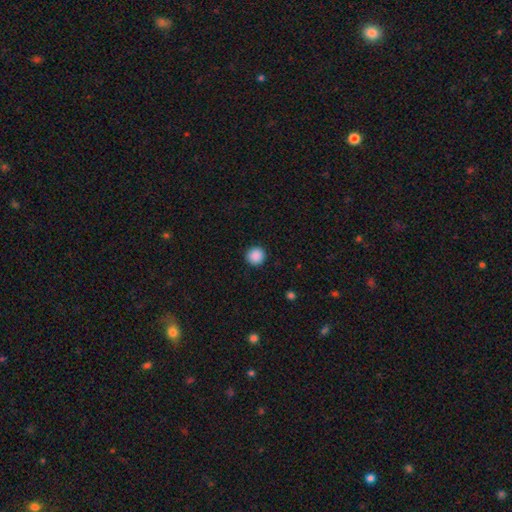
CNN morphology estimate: A smooth galaxy with no disk features (89%) that is round (94%). Merging: none (92%).